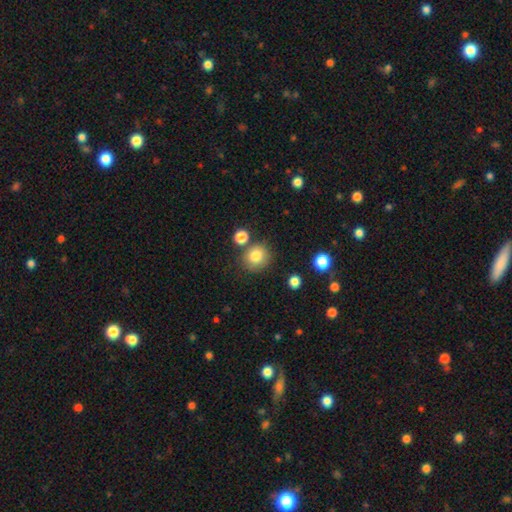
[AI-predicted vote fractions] smooth 82%, star or artifact 10%, featured or disk 8%. Down the decision tree: how rounded — round (87%); merging — none (74%).